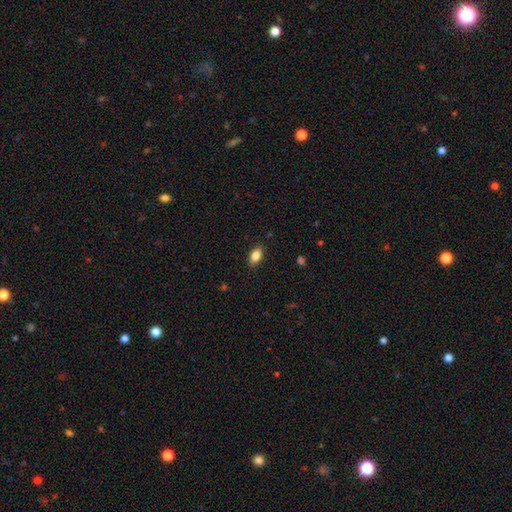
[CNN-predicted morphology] smooth_or_featured: smooth (p=0.85) [alt: star or artifact p=0.09]
how_rounded: in between (p=0.89) [alt: round p=0.08]
merging: none (p=0.87) [alt: minor disturbance p=0.10]